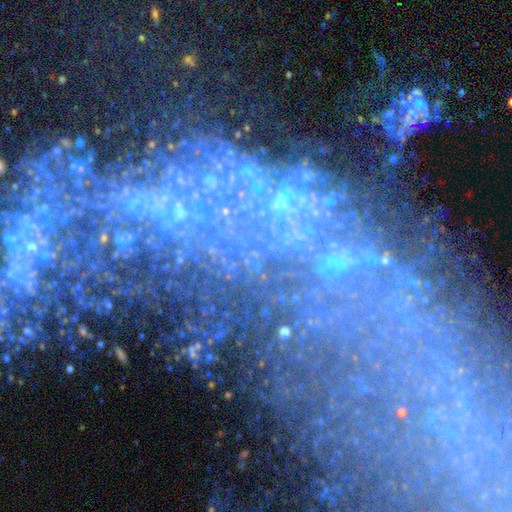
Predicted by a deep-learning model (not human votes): A star or artifact, not a galaxy (58%).

Vote fractions:
- Smooth or featured? star or artifact: 58% / featured or disk: 28% / smooth: 14%